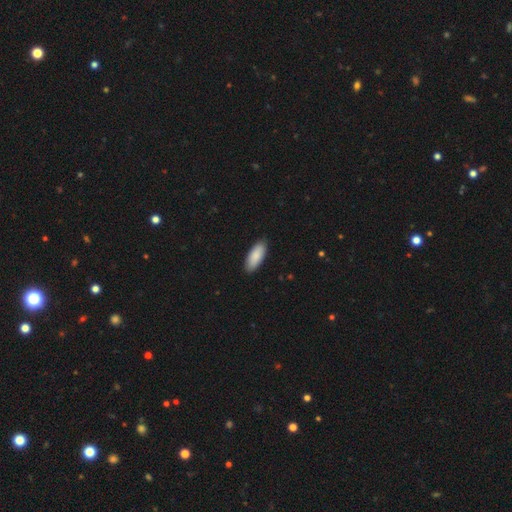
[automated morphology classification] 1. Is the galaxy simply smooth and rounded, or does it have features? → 89% smooth, 6% featured or disk, 5% star or artifact.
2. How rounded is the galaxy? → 81% in between, 18% cigar-shaped, 1% round.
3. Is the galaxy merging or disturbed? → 89% none, 8% minor disturbance, 2% major disturbance, 1% merger.